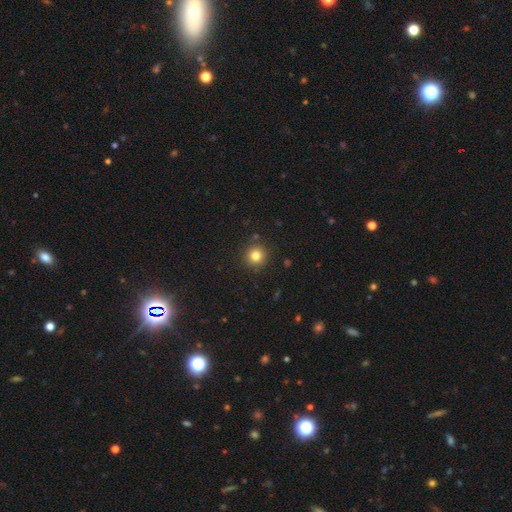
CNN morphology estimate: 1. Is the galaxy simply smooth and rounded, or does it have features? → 80% smooth, 13% star or artifact, 7% featured or disk.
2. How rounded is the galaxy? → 94% round, 5% in between, 1% cigar-shaped.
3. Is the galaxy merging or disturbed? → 89% none, 6% minor disturbance, 2% major disturbance, 2% merger.